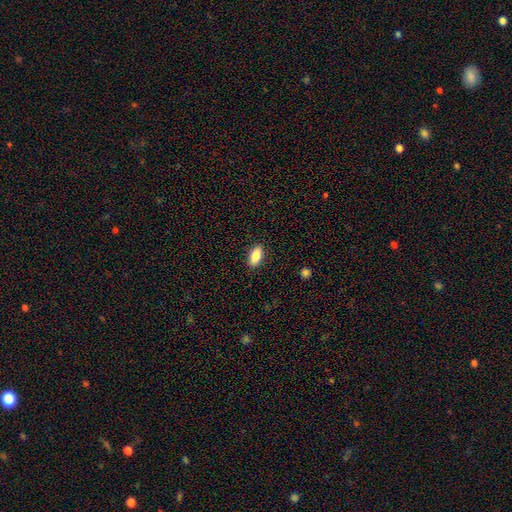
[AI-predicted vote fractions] smooth-or-featured: smooth: 86% | star or artifact: 7% | featured or disk: 7%
  how-rounded: in between: 90% | cigar-shaped: 7% | round: 3%
  merging: none: 89% | minor disturbance: 8% | major disturbance: 2% | merger: 1%